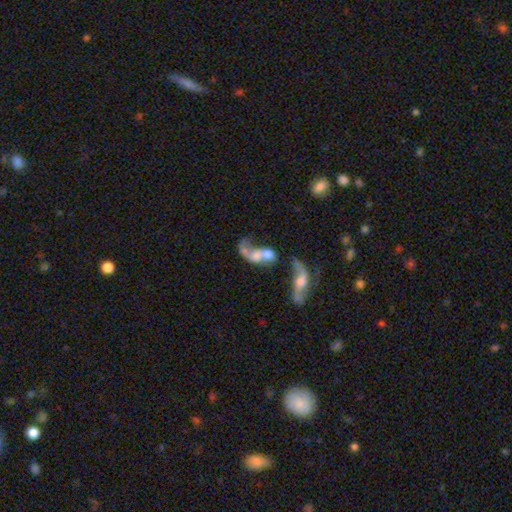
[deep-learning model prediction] This appears to be a featured or disk galaxy (56%) with no bar (75%), no spiral arms (54%) and a moderate central bulge (32%). Merging: merger (70%).